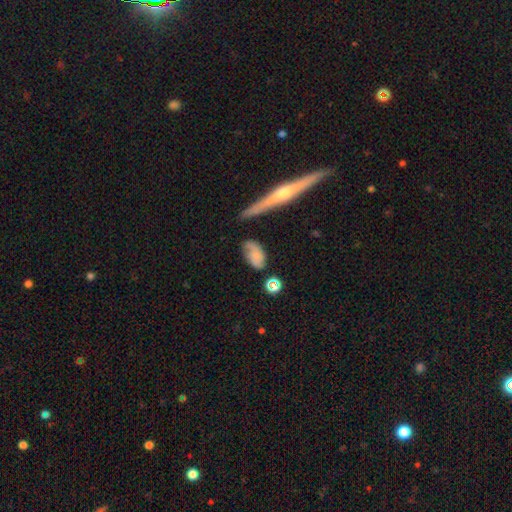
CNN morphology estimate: Overall: smooth (51%; featured or disk 40%). How rounded: in between (86%). Merging: none (58%; minor disturbance 26%).